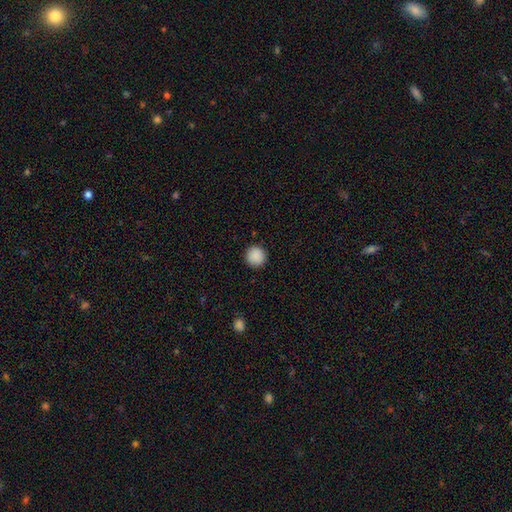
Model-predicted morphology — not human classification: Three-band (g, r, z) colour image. It shows a smooth galaxy with no disk features (90%) that is round (95%). Merging: none (92%).